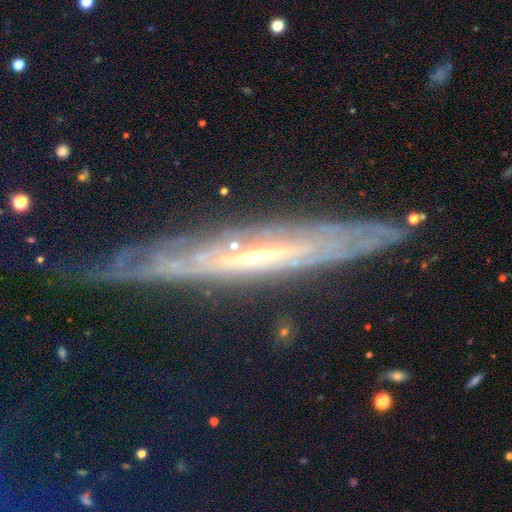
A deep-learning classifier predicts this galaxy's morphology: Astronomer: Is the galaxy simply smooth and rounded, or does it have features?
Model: featured or disk — 77%.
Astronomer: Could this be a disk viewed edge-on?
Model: yes — 76%.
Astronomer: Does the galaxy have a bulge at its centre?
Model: none — 55% (runner-up: rounded, 39%).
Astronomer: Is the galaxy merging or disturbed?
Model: none — 78%.